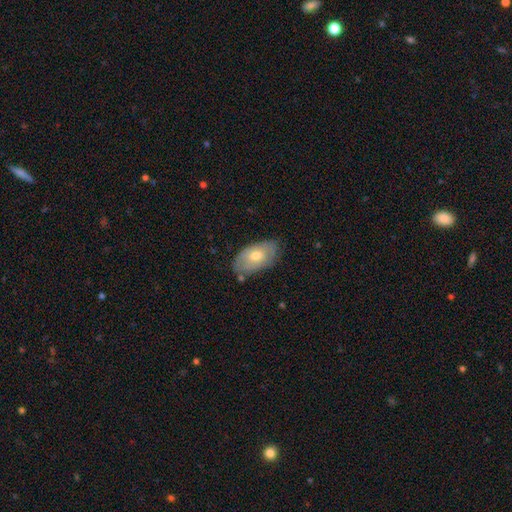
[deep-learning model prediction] Smooth or featured?
  - smooth: 56% *
  - featured or disk: 38%
  - star or artifact: 6%
How rounded?
  - in between: 93% *
  - round: 5%
  - cigar-shaped: 2%
Merging?
  - none: 73% *
  - minor disturbance: 20%
  - major disturbance: 4%
  - merger: 3%